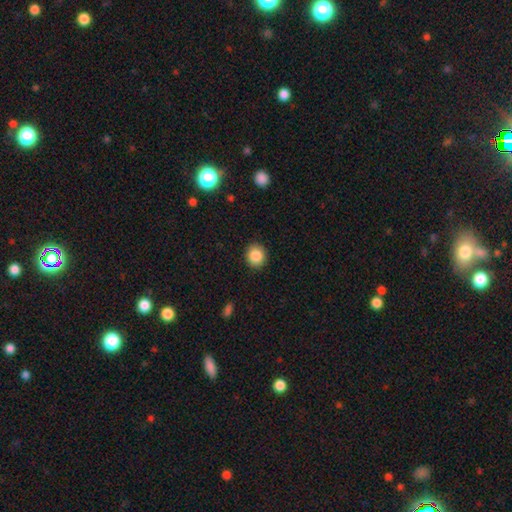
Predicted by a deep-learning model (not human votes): Morphology: type=smooth (86%); roundness=round (83%); merging=none (91%).